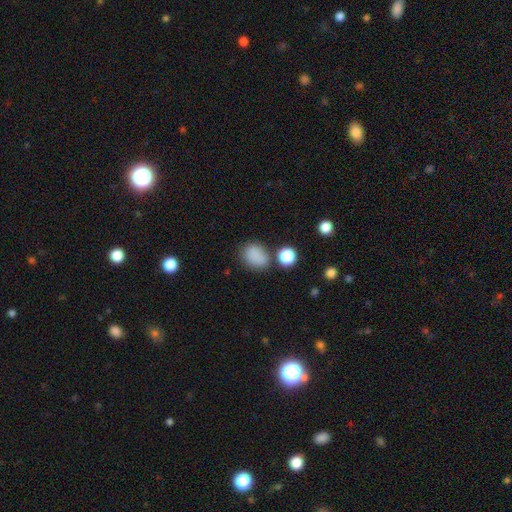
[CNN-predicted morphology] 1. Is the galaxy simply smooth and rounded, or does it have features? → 83% smooth, 12% star or artifact, 5% featured or disk.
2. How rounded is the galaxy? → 58% in between, 41% round, 1% cigar-shaped.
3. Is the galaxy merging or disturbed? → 68% none, 18% minor disturbance, 9% merger, 6% major disturbance.